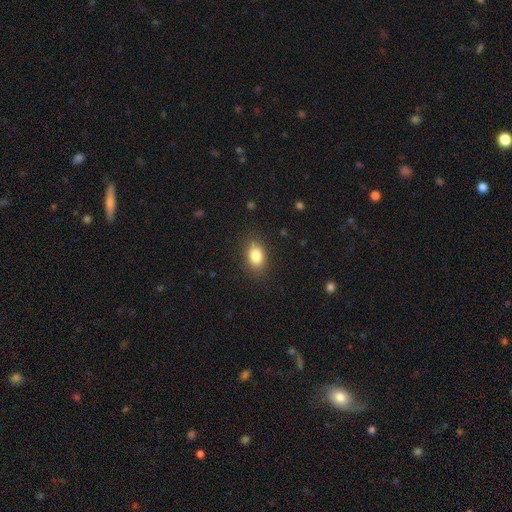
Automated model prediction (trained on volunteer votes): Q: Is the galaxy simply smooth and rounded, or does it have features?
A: smooth — 84%.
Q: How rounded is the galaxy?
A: in between — 84%.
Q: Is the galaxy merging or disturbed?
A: none — 87%.